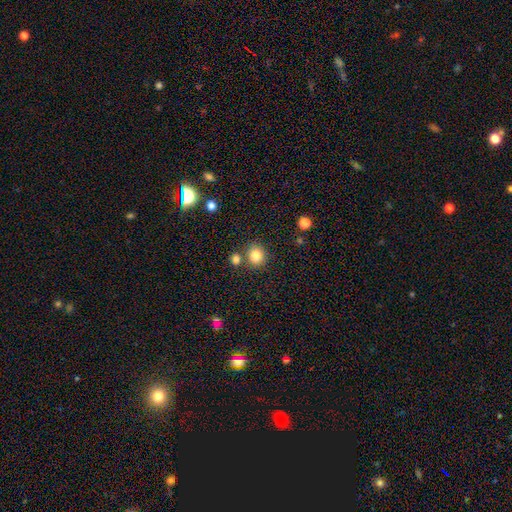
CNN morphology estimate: Smooth or featured: smooth — 83% (star or artifact — 11%)
How rounded: round — 84% (in between — 15%)
Merging: none — 74% (merger — 14%)